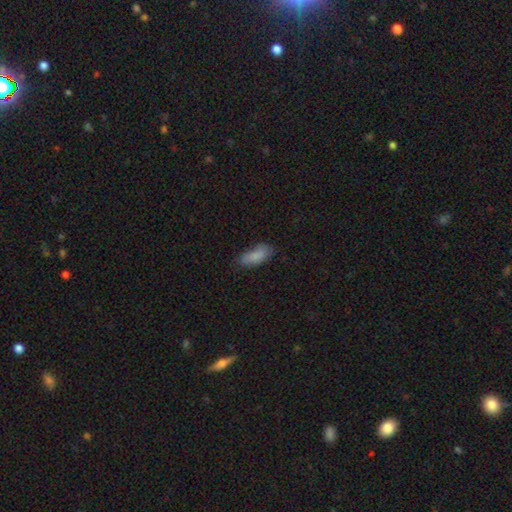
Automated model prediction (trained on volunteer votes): smooth-or-featured: smooth: 84% | featured or disk: 8% | star or artifact: 7%
  how-rounded: in between: 78% | cigar-shaped: 19% | round: 2%
  merging: none: 67% | minor disturbance: 25% | major disturbance: 6% | merger: 2%